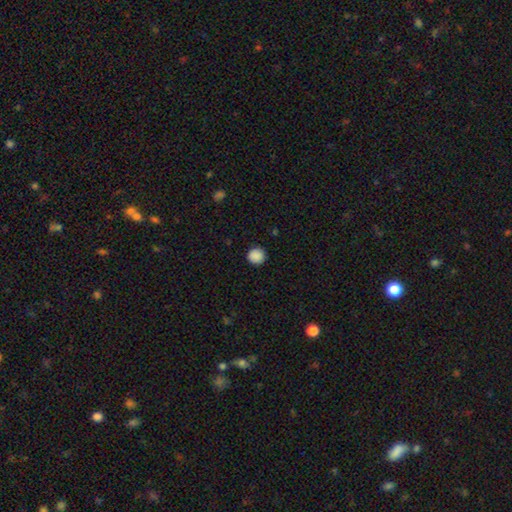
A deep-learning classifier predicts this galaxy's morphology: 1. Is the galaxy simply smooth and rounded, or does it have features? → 89% smooth, 9% star or artifact, 2% featured or disk.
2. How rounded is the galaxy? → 92% round, 7% in between, 1% cigar-shaped.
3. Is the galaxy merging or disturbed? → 91% none, 6% minor disturbance, 2% major disturbance, 1% merger.